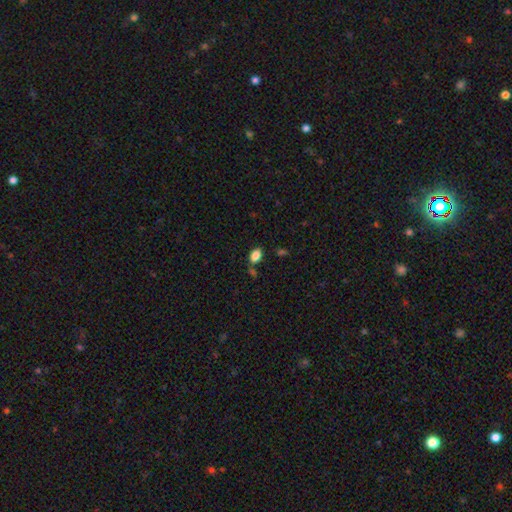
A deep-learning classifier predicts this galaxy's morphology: Smooth or featured?
  - smooth: 86% *
  - star or artifact: 10%
  - featured or disk: 4%
How rounded?
  - in between: 88% *
  - round: 10%
  - cigar-shaped: 2%
Merging?
  - none: 74% *
  - minor disturbance: 13%
  - merger: 10%
  - major disturbance: 4%